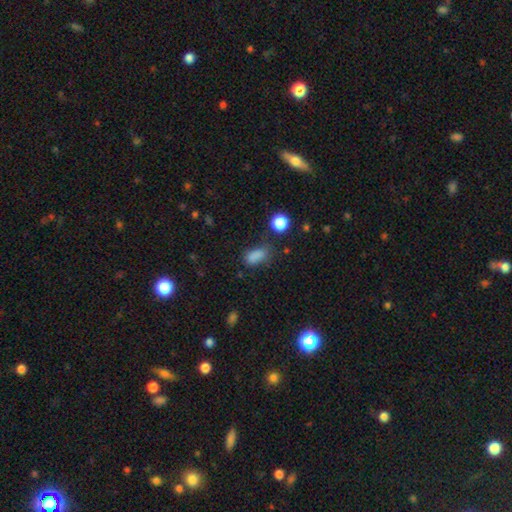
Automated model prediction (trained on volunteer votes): smooth_or_featured: smooth (p=0.82) [alt: star or artifact p=0.13]
how_rounded: in between (p=0.82) [alt: round p=0.10]
merging: none (p=0.58) [alt: minor disturbance p=0.26]